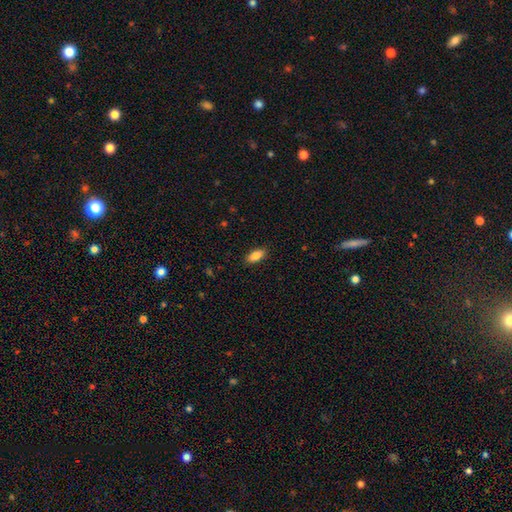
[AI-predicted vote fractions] smooth-or-featured: smooth: 87% | star or artifact: 7% | featured or disk: 6%
  how-rounded: in between: 86% | cigar-shaped: 12% | round: 2%
  merging: none: 88% | minor disturbance: 8% | major disturbance: 2% | merger: 1%